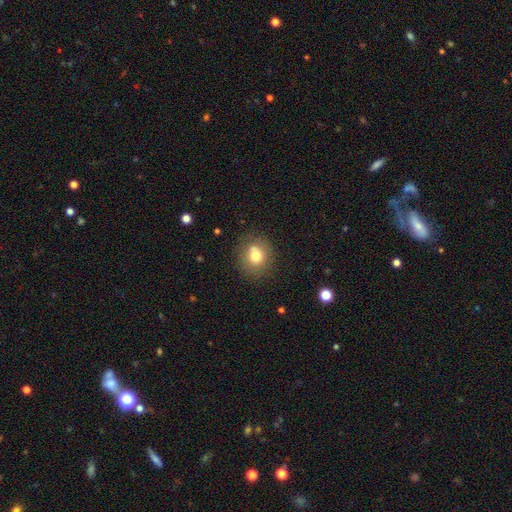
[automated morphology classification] Smooth or featured? smooth (73%)
How rounded? round (78%)
Merging? none (71%)